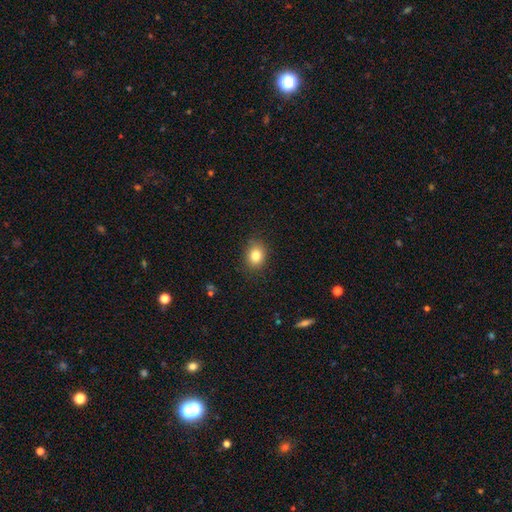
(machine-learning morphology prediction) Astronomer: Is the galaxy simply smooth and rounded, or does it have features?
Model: smooth — 82%.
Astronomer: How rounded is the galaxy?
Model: round — 53% (runner-up: in between, 46%).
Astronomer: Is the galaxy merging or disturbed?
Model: none — 86%.